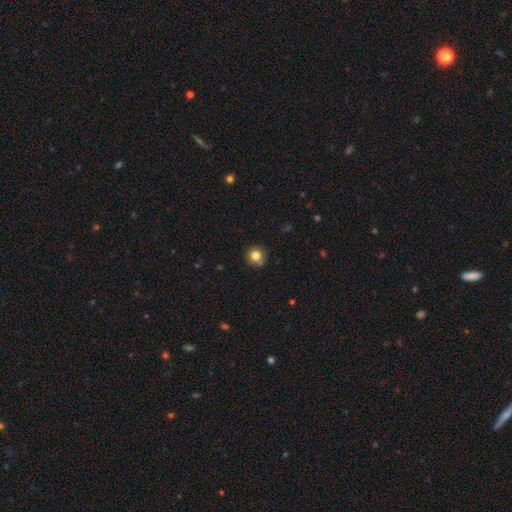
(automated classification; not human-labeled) smooth 80%, star or artifact 12%, featured or disk 8%. Down the decision tree: how rounded — round (93%); merging — none (80%).